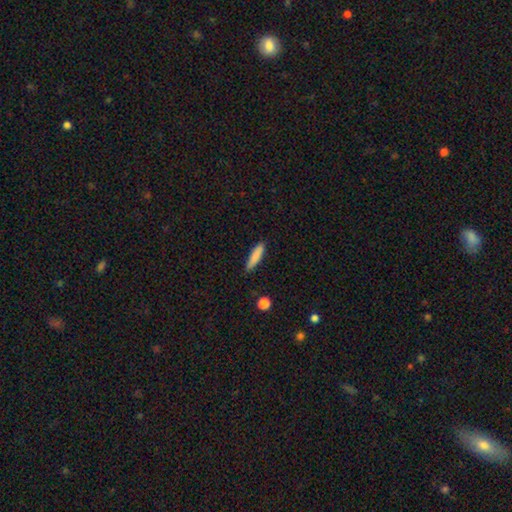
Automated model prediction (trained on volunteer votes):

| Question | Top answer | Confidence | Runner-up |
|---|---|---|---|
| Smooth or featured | smooth | 84% | featured or disk (10%) |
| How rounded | cigar-shaped | 81% | in between (17%) |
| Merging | none | 85% | minor disturbance (11%) |